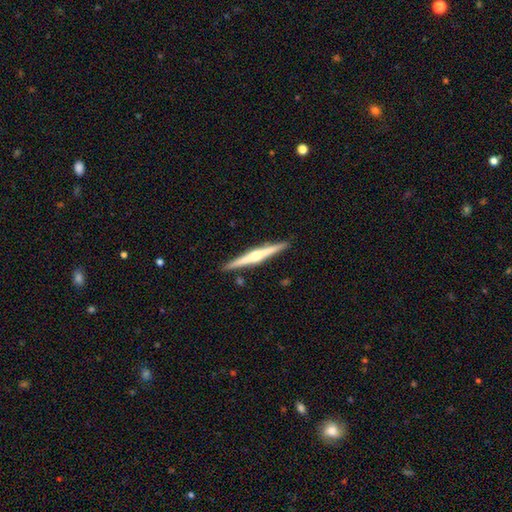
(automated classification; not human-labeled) Smooth or featured?
  - featured or disk: 76% *
  - smooth: 18%
  - star or artifact: 5%
Edge-on disk?
  - yes: 98% *
  - no: 2%
Edge-on bulge?
  - rounded: 86% *
  - none: 7%
  - boxy: 7%
Merging?
  - none: 91% *
  - minor disturbance: 6%
  - merger: 1%
  - major disturbance: 1%